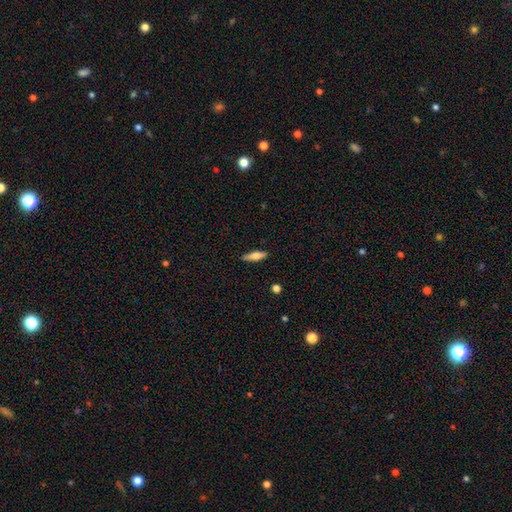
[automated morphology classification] Smooth or featured? Predicted: smooth (p=0.58). How rounded? Predicted: cigar-shaped (p=0.61). Merging? Predicted: none (p=0.88).